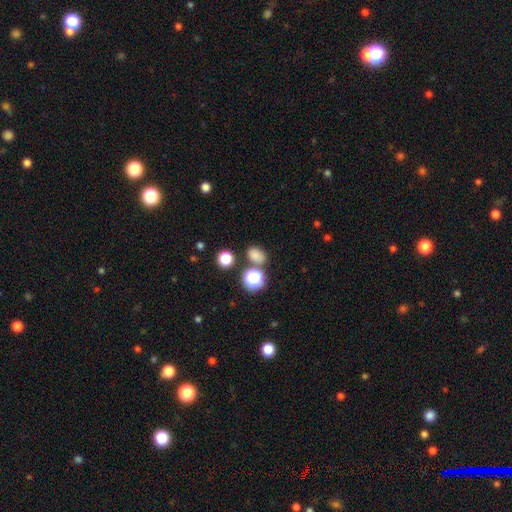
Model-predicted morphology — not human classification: A smooth galaxy with no disk features (75%) that is in between round and cigar-shaped (57%). Merging: none (70%).